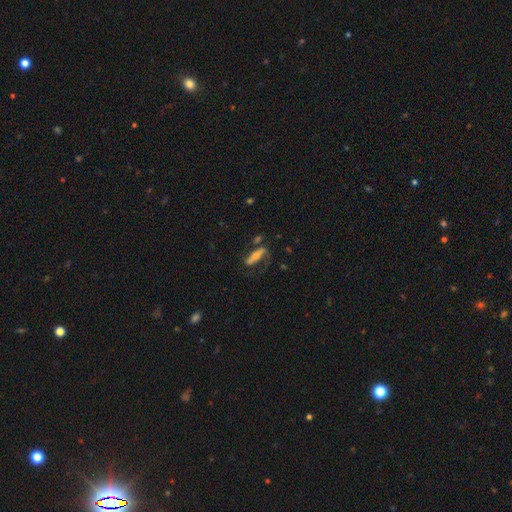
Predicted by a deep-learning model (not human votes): Overall: featured or disk (51%; smooth 41%). Edge-on disk: no (60%; yes 40%). Merging: none (49%; major disturbance 23%).